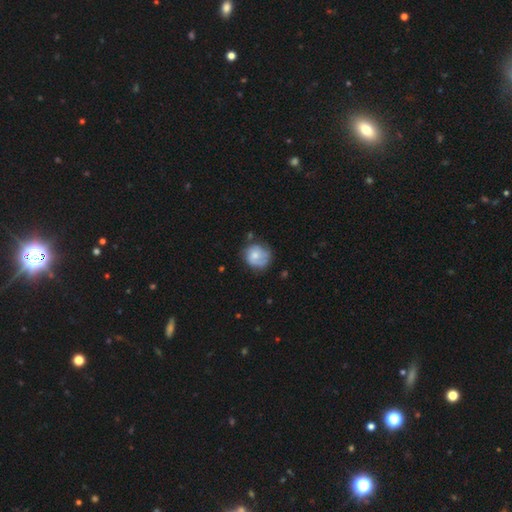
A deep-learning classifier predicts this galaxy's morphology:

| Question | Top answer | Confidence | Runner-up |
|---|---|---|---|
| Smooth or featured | smooth | 59% | featured or disk (34%) |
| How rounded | round | 80% | in between (19%) |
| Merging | none | 58% | minor disturbance (27%) |